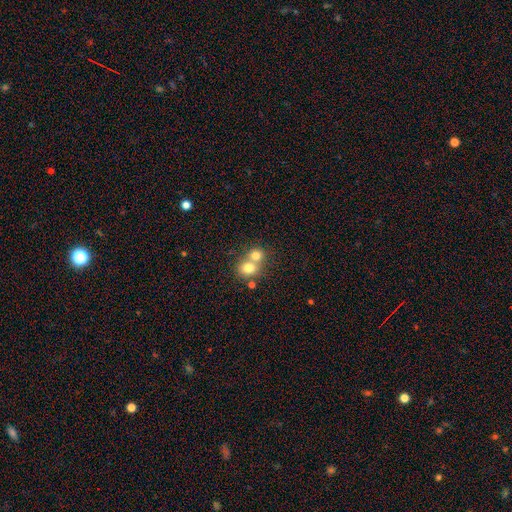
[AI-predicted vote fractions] Smooth or featured: smooth — 76% (featured or disk — 13%)
How rounded: round — 78% (in between — 21%)
Merging: merger — 60% (none — 33%)